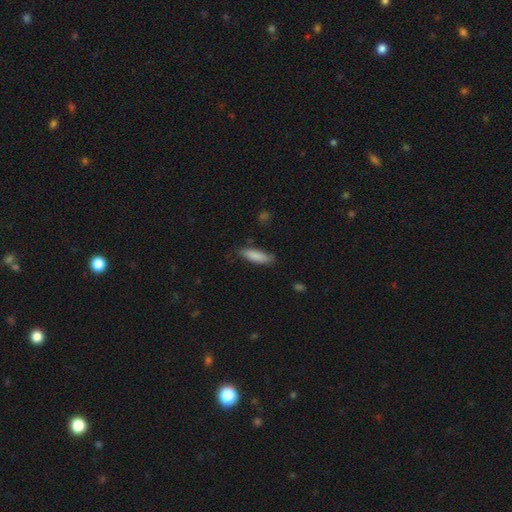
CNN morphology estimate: This appears to be a smooth galaxy with no disk features (85%) that is cigar-shaped (56%). Merging: none (75%).